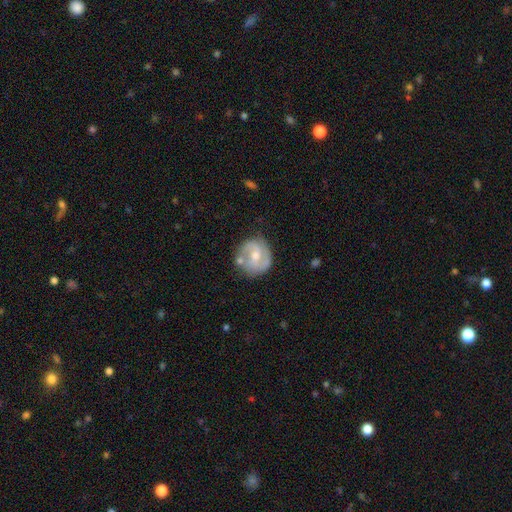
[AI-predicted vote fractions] Overall: featured or disk (67%). Edge-on disk: no (97%). Bar: no (46%; weak 44%). Spiral arms: yes (84%). Spiral arm count: 2 (75%). Spiral winding: medium (45%; tight 38%). Bulge size: moderate (63%; small 27%). Merging: none (66%).